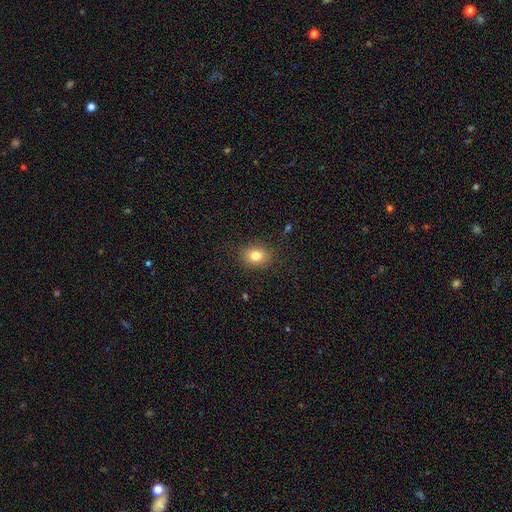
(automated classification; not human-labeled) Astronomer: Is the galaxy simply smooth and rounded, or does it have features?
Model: smooth — 81%.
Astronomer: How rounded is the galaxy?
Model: in between — 51% (runner-up: round, 48%).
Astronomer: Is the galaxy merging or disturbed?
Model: none — 85%.